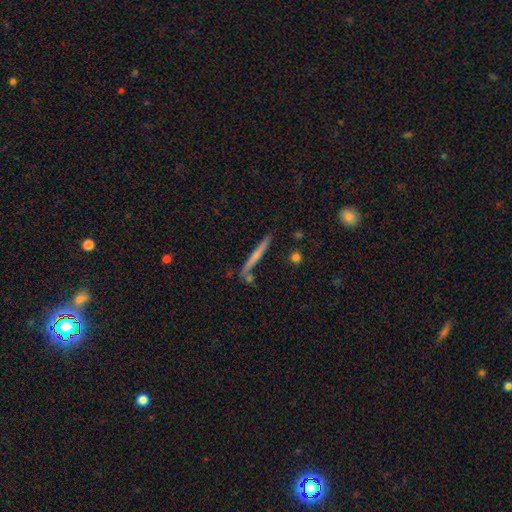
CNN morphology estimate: smooth 51%, featured or disk 42%, star or artifact 6%. Down the decision tree: how rounded — cigar-shaped (96%); merging — none (81%).